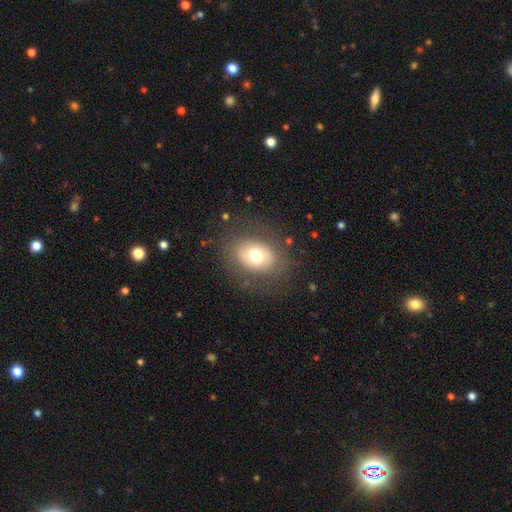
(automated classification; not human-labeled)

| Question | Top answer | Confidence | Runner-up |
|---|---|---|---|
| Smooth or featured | smooth | 68% | featured or disk (22%) |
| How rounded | in between | 60% | round (40%) |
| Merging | none | 79% | minor disturbance (12%) |